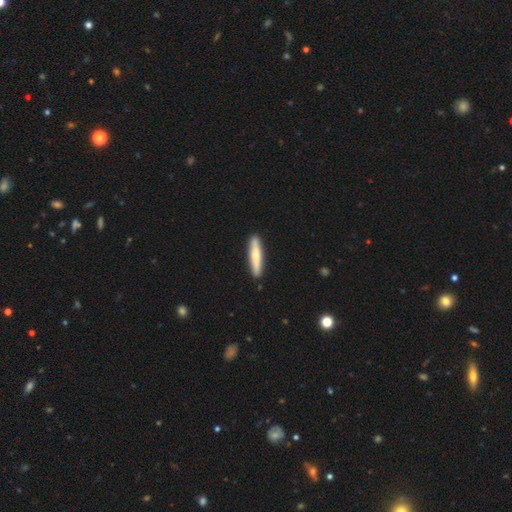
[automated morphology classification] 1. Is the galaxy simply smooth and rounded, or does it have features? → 64% smooth, 31% featured or disk, 5% star or artifact.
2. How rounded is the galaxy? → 90% cigar-shaped, 9% in between, 1% round.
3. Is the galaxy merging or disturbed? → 90% none, 7% minor disturbance, 1% merger, 1% major disturbance.